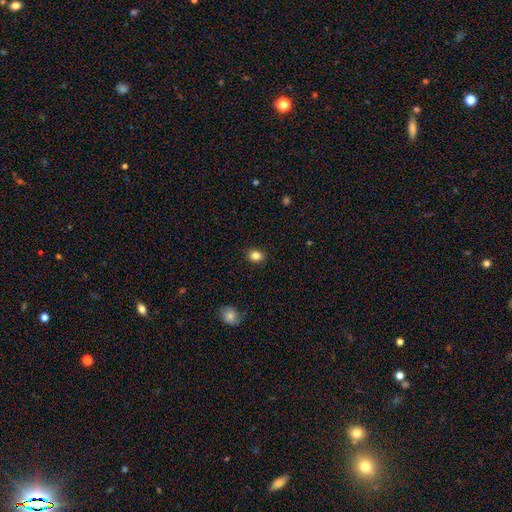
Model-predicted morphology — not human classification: smooth 84%, star or artifact 11%, featured or disk 5%. Down the decision tree: how rounded — round (54%); merging — none (90%).